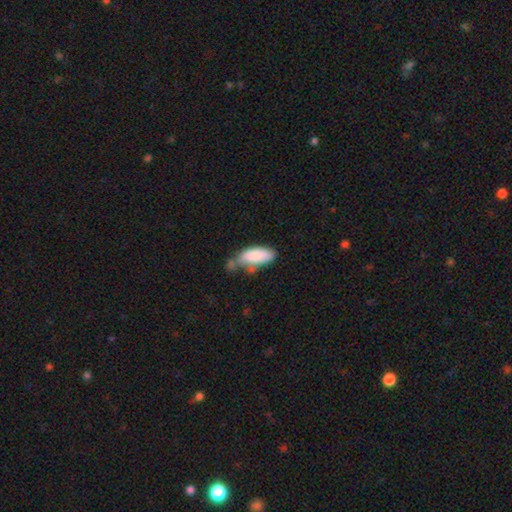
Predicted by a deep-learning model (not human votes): This is clearly a smooth galaxy (83%). How rounded: likely in between (79%). Merging: marginally none (34%).